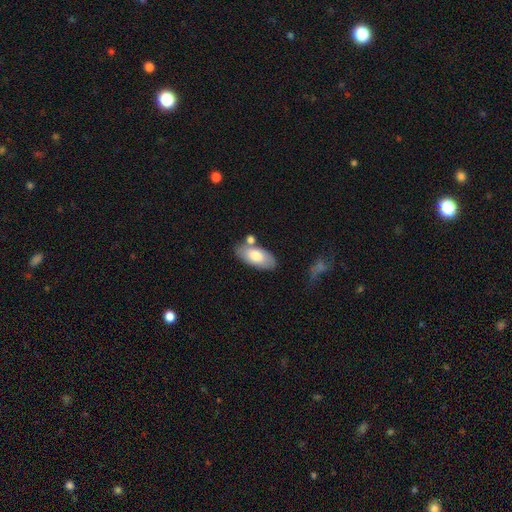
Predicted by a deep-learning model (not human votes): Overall: smooth (75%). How rounded: in between (93%). Merging: none (68%).